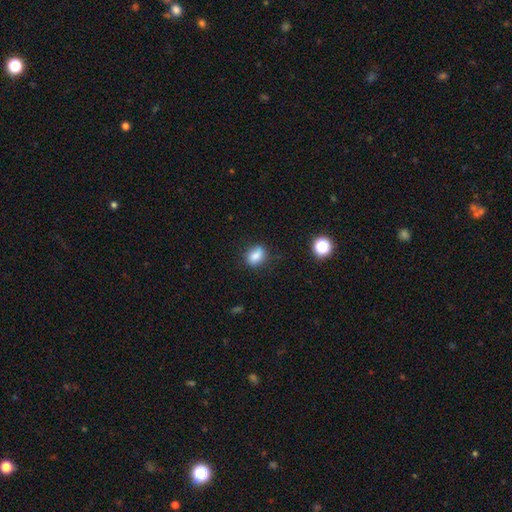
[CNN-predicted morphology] smooth-or-featured: smooth: 82% | star or artifact: 11% | featured or disk: 7%
  how-rounded: in between: 68% | round: 30% | cigar-shaped: 2%
  merging: none: 72% | minor disturbance: 21% | major disturbance: 5% | merger: 3%